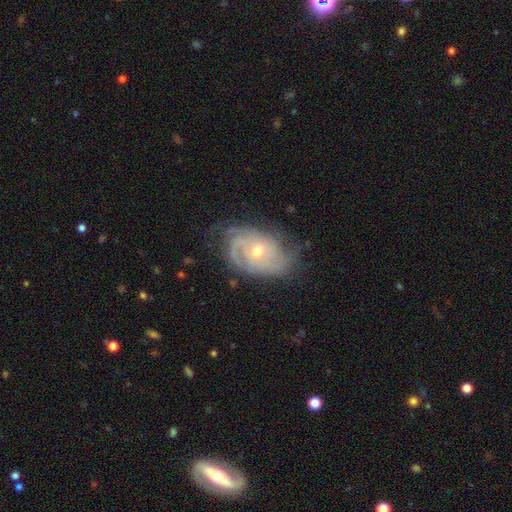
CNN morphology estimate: smooth-or-featured: featured or disk: 71% | smooth: 16% | star or artifact: 13%
  disk-edge-on: no: 95% | yes: 5%
    bar: no: 73% | weak: 22% | strong: 5%
    has-spiral-arms: yes: 90% | no: 10%
      spiral-winding: tight: 65% | medium: 27% | loose: 8%
      spiral-arm-count: can't tell: 37% | 2: 26% | 3: 18% | 4: 8% | 1: 5% | more than 4: 5%
    bulge-size: small: 50% | moderate: 46% | large: 2% | none: 1% | dominant: 1%
  merging: none: 76% | minor disturbance: 17% | major disturbance: 6% | merger: 1%